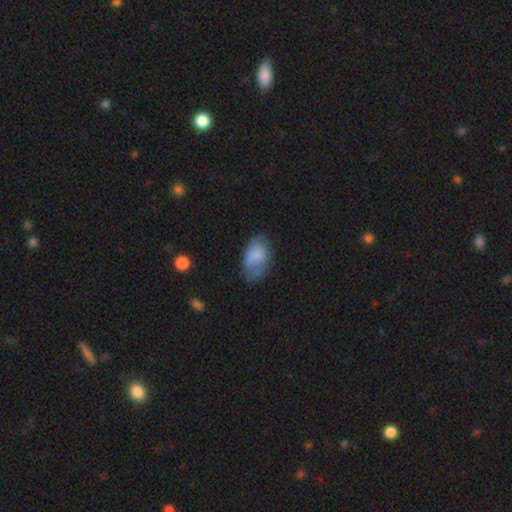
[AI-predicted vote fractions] A smooth galaxy with no disk features (76%) that is in between round and cigar-shaped (91%). Merging: none (52%).